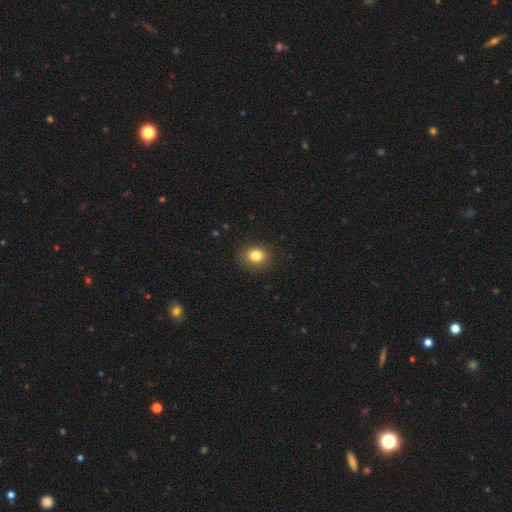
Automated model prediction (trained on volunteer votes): smooth_or_featured: smooth (p=0.82) [alt: star or artifact p=0.11]
how_rounded: round (p=0.62) [alt: in between p=0.37]
merging: none (p=0.86) [alt: minor disturbance p=0.10]